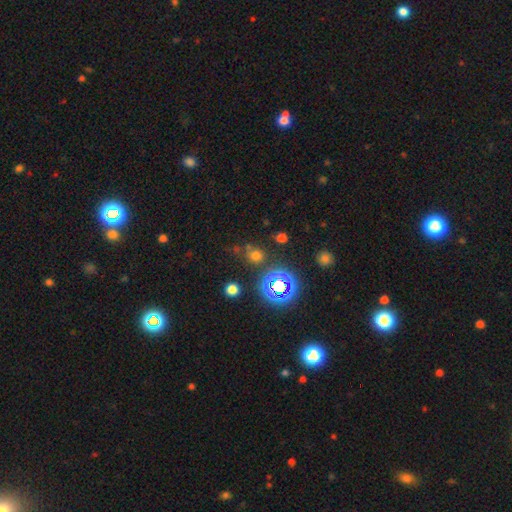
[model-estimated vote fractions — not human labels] The model was most divided on "smooth or featured": smooth: 58%, star or artifact: 34%, featured or disk: 8%. More confident: how rounded — round (78%); merging — none (72%).